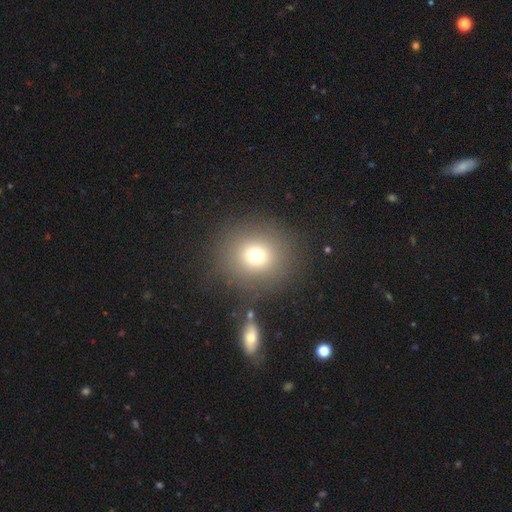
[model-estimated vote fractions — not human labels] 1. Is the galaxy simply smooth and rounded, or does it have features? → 71% smooth, 18% star or artifact, 10% featured or disk.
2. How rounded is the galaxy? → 91% round, 8% in between, 1% cigar-shaped.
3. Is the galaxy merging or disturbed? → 83% none, 8% minor disturbance, 5% major disturbance, 4% merger.